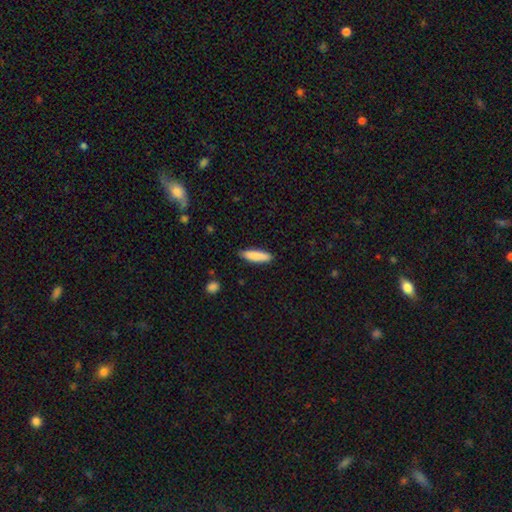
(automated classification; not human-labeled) Overall: smooth (86%). How rounded: cigar-shaped (67%; in between 32%). Merging: none (86%).